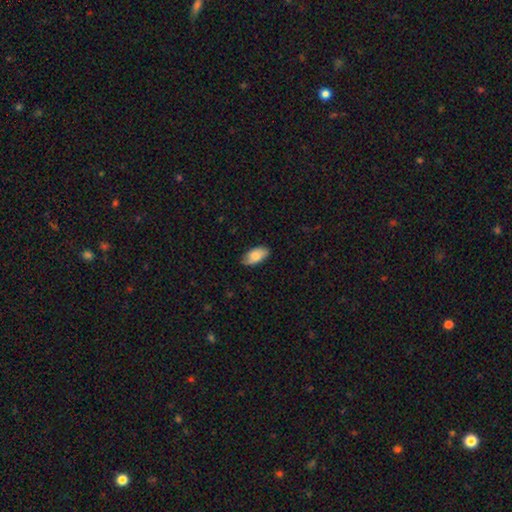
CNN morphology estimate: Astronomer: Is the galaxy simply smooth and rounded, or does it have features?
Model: smooth — 78%.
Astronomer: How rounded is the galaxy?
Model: in between — 94%.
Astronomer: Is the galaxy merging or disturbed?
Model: none — 77%.